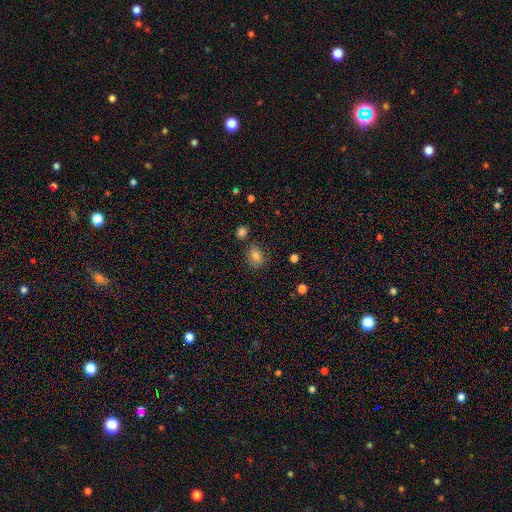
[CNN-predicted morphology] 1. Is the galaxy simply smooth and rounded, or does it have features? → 79% smooth, 13% star or artifact, 9% featured or disk.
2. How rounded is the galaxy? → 53% in between, 45% round, 1% cigar-shaped.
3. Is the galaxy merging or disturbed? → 76% none, 15% minor disturbance, 6% merger, 4% major disturbance.